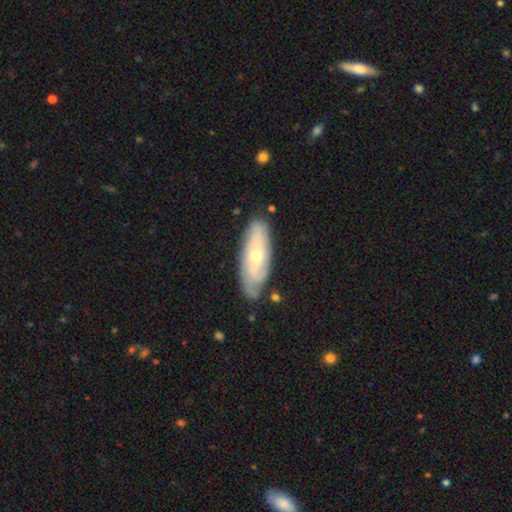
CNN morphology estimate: Smooth or featured? Predicted: featured or disk (p=0.67). Edge-on disk? Predicted: no (p=0.83). Bar? Predicted: no (p=0.77). Spiral arms? Predicted: yes (p=0.81). Bulge size? Predicted: moderate (p=0.54). Merging? Predicted: none (p=0.73).